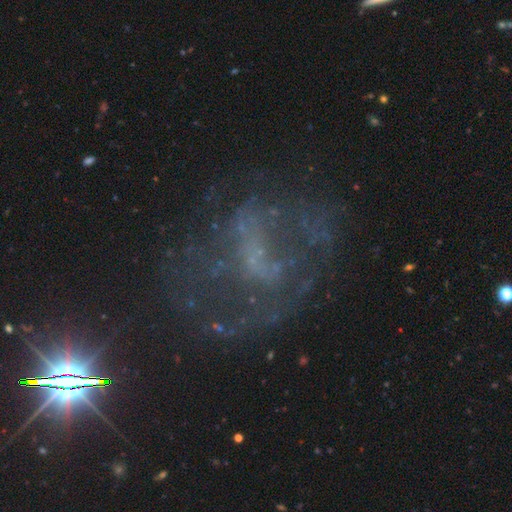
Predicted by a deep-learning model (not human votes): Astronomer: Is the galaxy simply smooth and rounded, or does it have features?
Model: featured or disk — 56% (runner-up: star or artifact, 32%).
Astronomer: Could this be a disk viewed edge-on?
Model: no — 95%.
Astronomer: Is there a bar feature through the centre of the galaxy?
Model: no — 50% (runner-up: weak, 32%).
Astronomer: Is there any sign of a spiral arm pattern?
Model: no — 55% (runner-up: yes, 45%).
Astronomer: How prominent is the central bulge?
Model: none — 61%.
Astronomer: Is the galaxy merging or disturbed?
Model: none — 48% (runner-up: major disturbance, 32%).